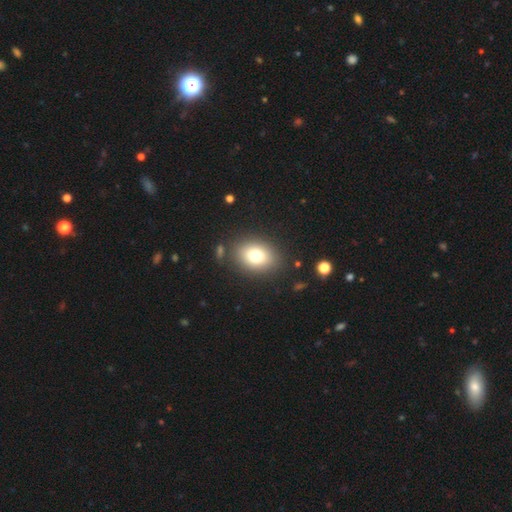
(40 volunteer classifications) Morphology: type=smooth (75%); roundness=in between (73%); merging=none (92%).